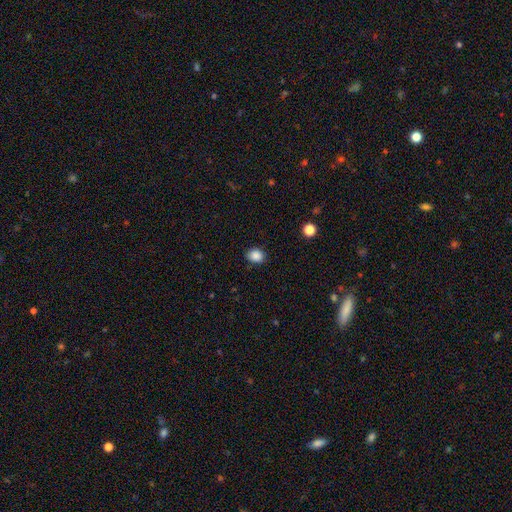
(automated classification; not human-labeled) Smooth or featured? smooth (87%)
How rounded? round (52%)
Merging? none (85%)